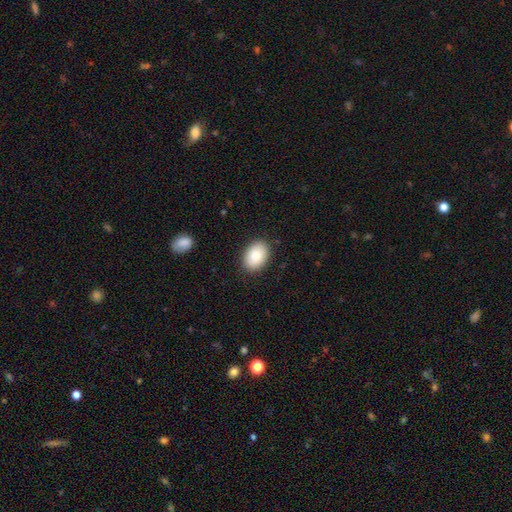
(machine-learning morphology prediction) This is clearly a smooth galaxy (89%). How rounded: clearly in between (84%). Merging: clearly none (88%).